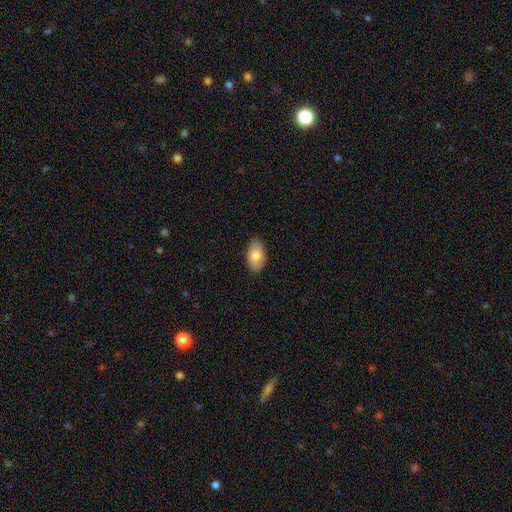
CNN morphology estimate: smooth-or-featured: smooth: 80% | featured or disk: 14% | star or artifact: 7%
  how-rounded: in between: 93% | round: 5% | cigar-shaped: 2%
  merging: none: 87% | minor disturbance: 10% | major disturbance: 2% | merger: 1%